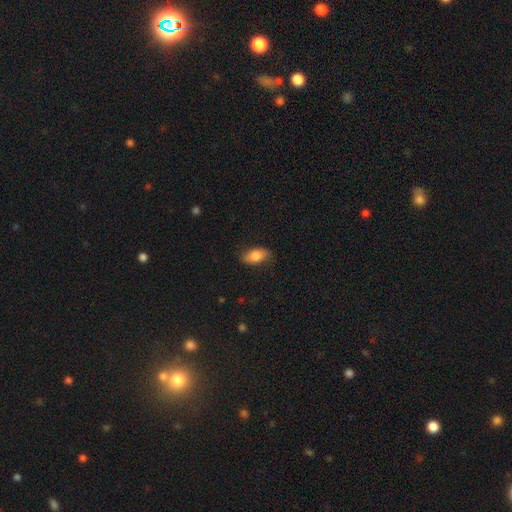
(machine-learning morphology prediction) A smooth galaxy with no disk features (79%) that is in between round and cigar-shaped (90%).

Vote fractions:
- Smooth or featured? smooth: 79% / featured or disk: 14% / star or artifact: 7%
- How rounded? in between: 90% / cigar-shaped: 6% / round: 5%
- Merging? none: 81% / minor disturbance: 14% / major disturbance: 3% / merger: 1%